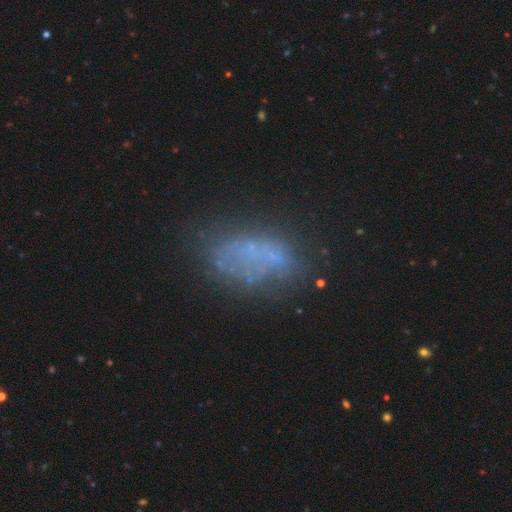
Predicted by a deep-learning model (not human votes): Smooth or featured? Predicted: smooth (p=0.40, tied with featured or disk). Merging? Predicted: none (p=0.51).